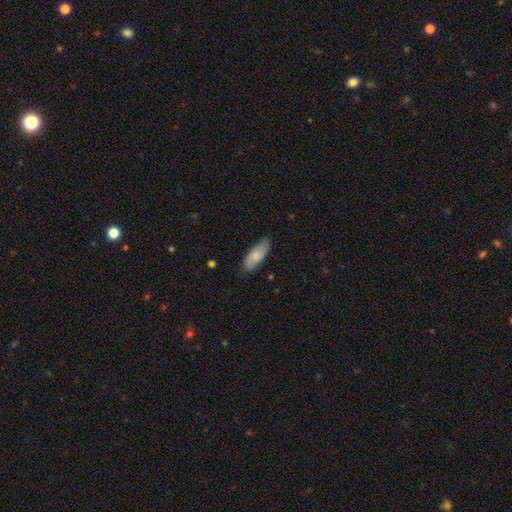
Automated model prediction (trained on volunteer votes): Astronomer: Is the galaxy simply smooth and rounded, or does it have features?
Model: smooth — 79%.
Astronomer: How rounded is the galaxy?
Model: in between — 75%.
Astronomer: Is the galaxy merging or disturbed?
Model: none — 79%.